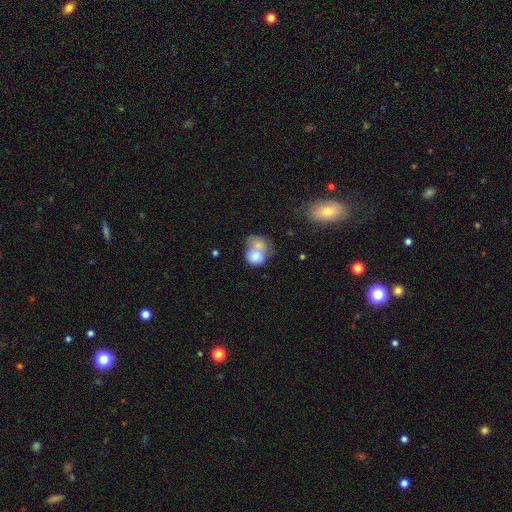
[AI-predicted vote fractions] Smooth or featured: smooth — 72% (featured or disk — 20%)
How rounded: round — 55% (in between — 44%)
Merging: merger — 69% (none — 16%)